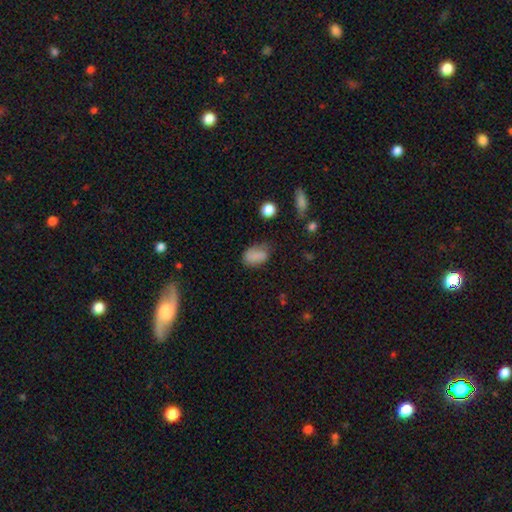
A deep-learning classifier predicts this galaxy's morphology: Smooth or featured? smooth (82%)
How rounded? in between (87%)
Merging? none (54%)